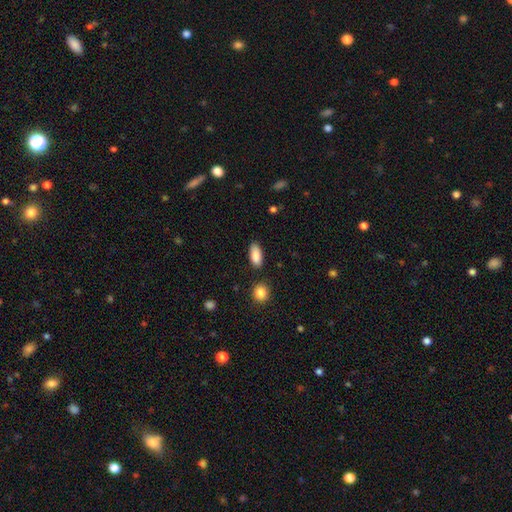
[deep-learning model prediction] A smooth galaxy with no disk features (88%) that is in between round and cigar-shaped (87%). Merging: none (84%).